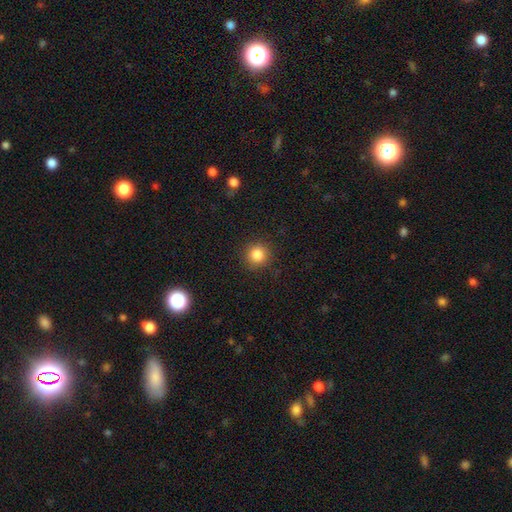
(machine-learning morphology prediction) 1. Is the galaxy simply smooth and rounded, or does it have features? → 84% smooth, 11% star or artifact, 5% featured or disk.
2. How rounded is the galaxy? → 94% round, 5% in between, 1% cigar-shaped.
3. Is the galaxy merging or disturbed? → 90% none, 7% minor disturbance, 2% major disturbance, 1% merger.